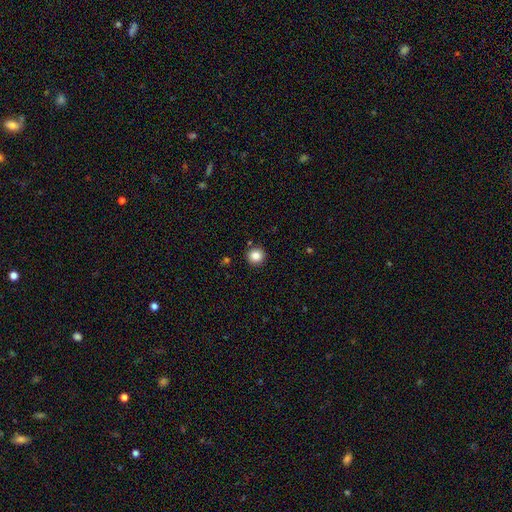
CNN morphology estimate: smooth_or_featured: smooth (p=0.84) [alt: star or artifact p=0.10]
how_rounded: round (p=0.93) [alt: in between p=0.06]
merging: none (p=0.90) [alt: minor disturbance p=0.06]